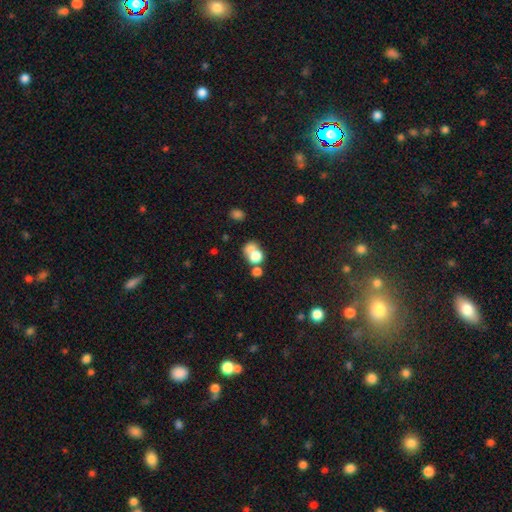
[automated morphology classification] Smooth or featured? smooth (71%)
How rounded? round (62%)
Merging? merger (53%)